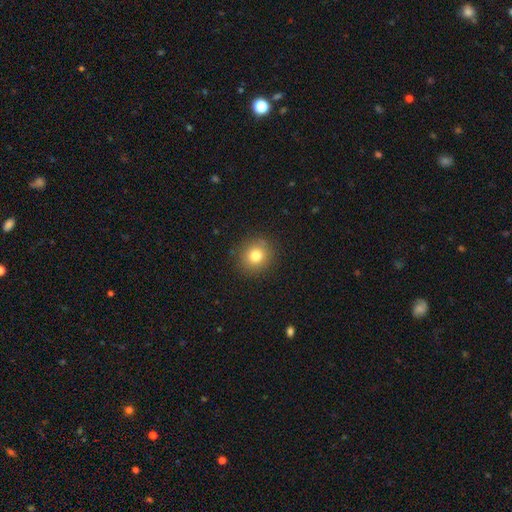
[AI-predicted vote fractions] Smooth or featured? Predicted: smooth (p=0.80). How rounded? Predicted: round (p=0.87). Merging? Predicted: none (p=0.88).